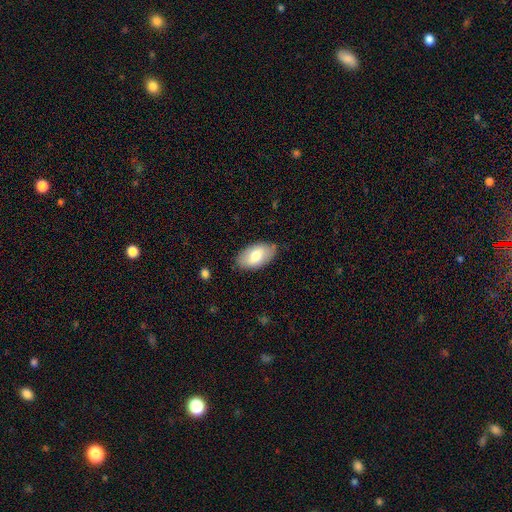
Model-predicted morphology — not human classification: This appears to be a smooth galaxy with no disk features (72%) that is in between round and cigar-shaped (95%). Merging: none (81%).